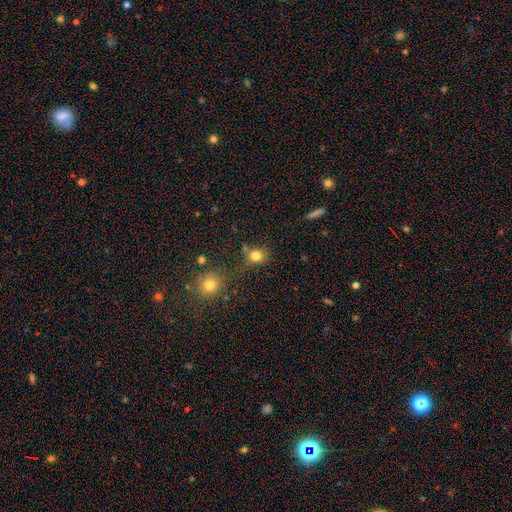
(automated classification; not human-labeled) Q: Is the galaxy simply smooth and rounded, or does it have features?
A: smooth — 80%.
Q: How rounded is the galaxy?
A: round — 80%.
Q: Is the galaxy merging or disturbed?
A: none — 67%.